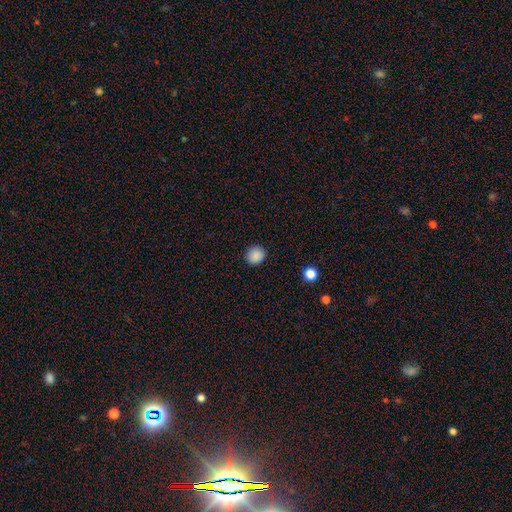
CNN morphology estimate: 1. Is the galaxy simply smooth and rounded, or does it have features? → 88% smooth, 9% star or artifact, 3% featured or disk.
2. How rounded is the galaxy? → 85% round, 14% in between, 1% cigar-shaped.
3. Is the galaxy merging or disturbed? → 91% none, 6% minor disturbance, 2% major disturbance, 1% merger.